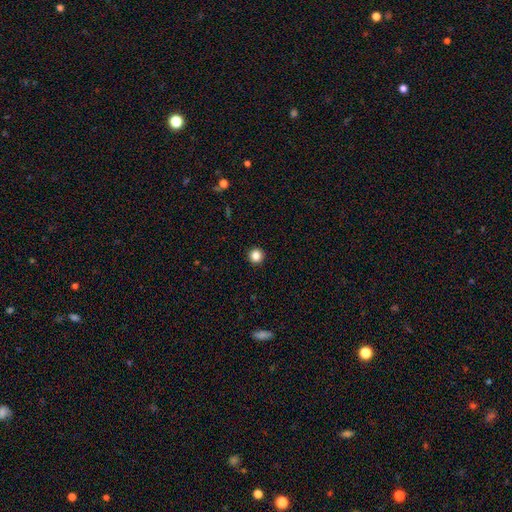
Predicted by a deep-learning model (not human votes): A smooth galaxy with no disk features (85%) that is round (95%).

Vote fractions:
- Smooth or featured? smooth: 85% / star or artifact: 11% / featured or disk: 4%
- How rounded? round: 95% / in between: 4% / cigar-shaped: 1%
- Merging? none: 94% / minor disturbance: 4% / major disturbance: 1% / merger: 1%